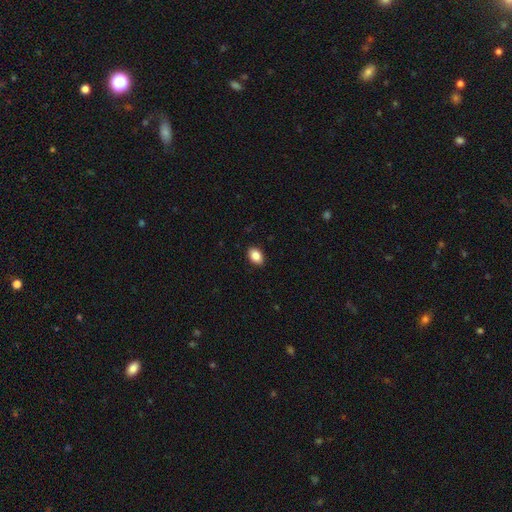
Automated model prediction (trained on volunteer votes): This is clearly a smooth galaxy (87%). How rounded: clearly in between (84%). Merging: clearly none (90%).